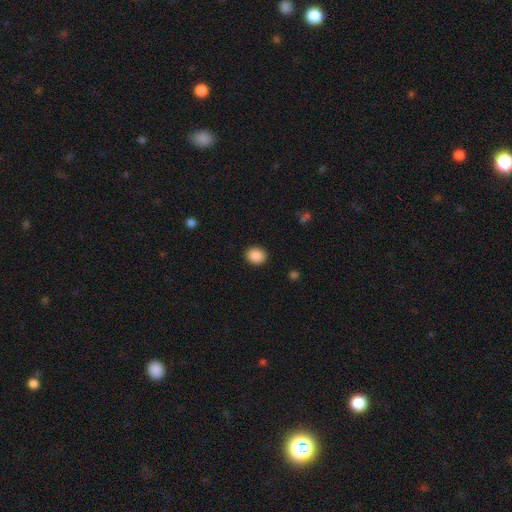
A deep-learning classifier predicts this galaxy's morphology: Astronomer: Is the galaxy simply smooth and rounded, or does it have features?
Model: smooth — 89%.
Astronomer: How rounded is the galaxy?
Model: round — 60% (runner-up: in between, 39%).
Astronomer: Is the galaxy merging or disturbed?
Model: none — 90%.